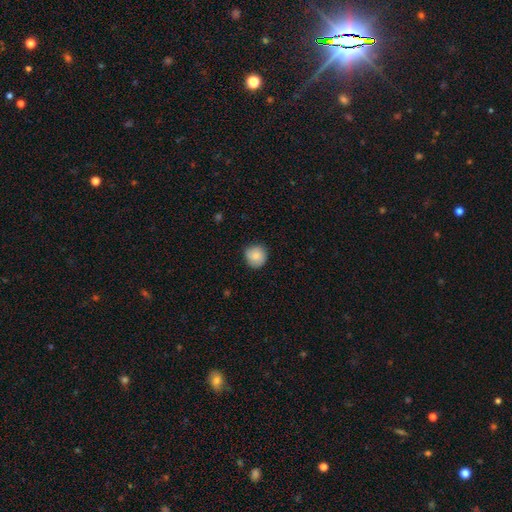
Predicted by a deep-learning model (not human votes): smooth_or_featured: smooth (p=0.86) [alt: star or artifact p=0.08]
how_rounded: round (p=0.93) [alt: in between p=0.07]
merging: none (p=0.84) [alt: minor disturbance p=0.12]